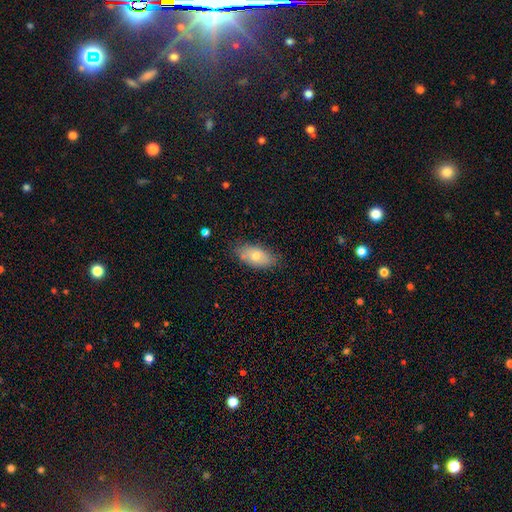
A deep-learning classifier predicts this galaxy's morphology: A smooth galaxy with no disk features (71%) that is in between round and cigar-shaped (89%). Merging: none (79%).